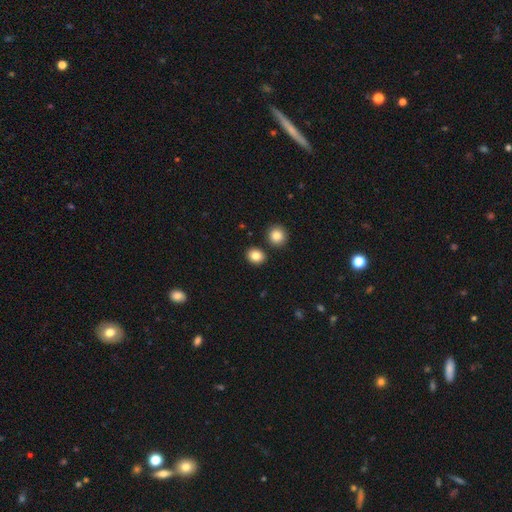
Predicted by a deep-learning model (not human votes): This is clearly a smooth galaxy (85%). How rounded: likely round (67%). Merging: clearly none (85%).